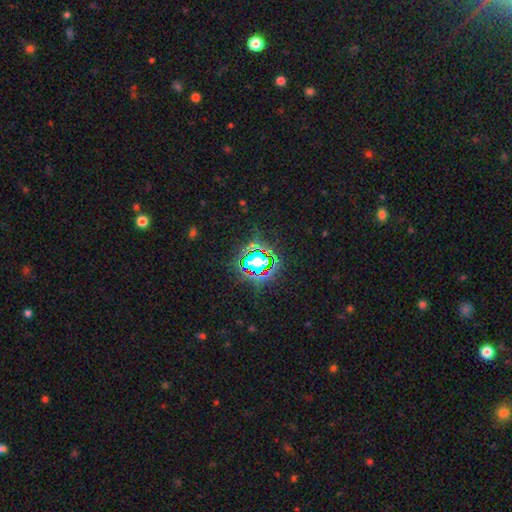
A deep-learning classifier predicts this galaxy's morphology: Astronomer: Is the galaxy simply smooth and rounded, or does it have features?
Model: star or artifact — 78%.